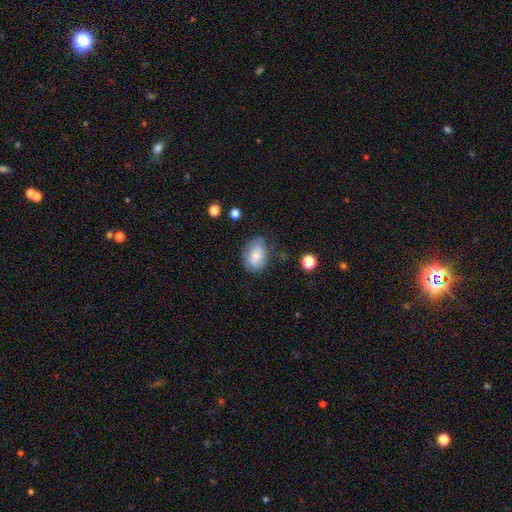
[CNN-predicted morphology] Smooth or featured? Predicted: smooth (p=0.71). How rounded? Predicted: in between (p=0.72). Merging? Predicted: none (p=0.64).